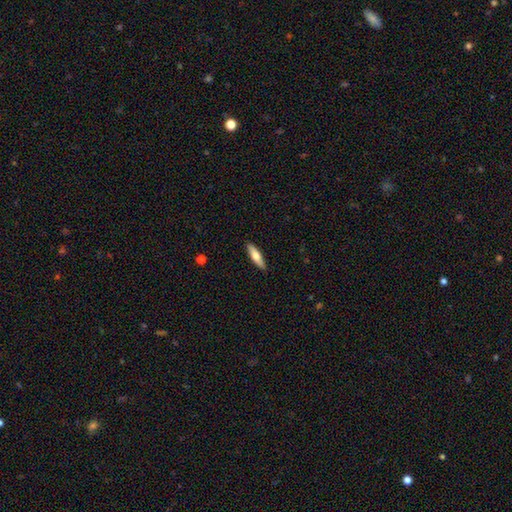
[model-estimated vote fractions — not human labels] smooth 62%, featured or disk 33%, star or artifact 5%. Down the decision tree: how rounded — cigar-shaped (67%); merging — none (90%).